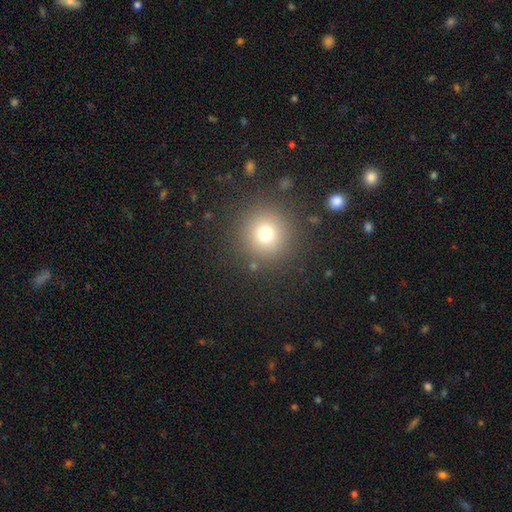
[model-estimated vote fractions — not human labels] smooth 67%, star or artifact 25%, featured or disk 8%. Down the decision tree: how rounded — round (95%); merging — none (90%).